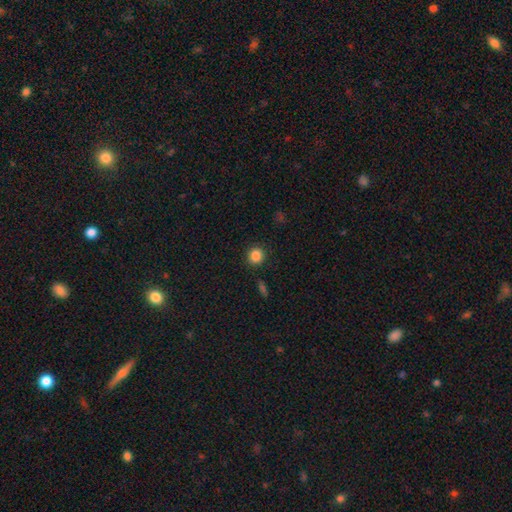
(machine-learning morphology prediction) smooth_or_featured: smooth (p=0.85) [alt: star or artifact p=0.11]
how_rounded: round (p=0.91) [alt: in between p=0.08]
merging: none (p=0.90) [alt: minor disturbance p=0.06]